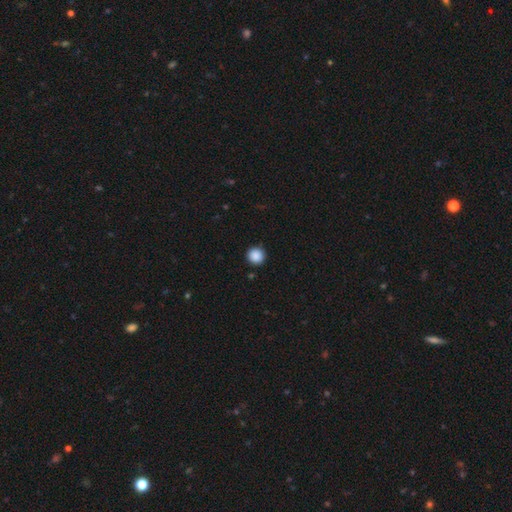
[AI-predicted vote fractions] smooth 89%, star or artifact 9%, featured or disk 2%. Down the decision tree: how rounded — round (95%); merging — none (92%).